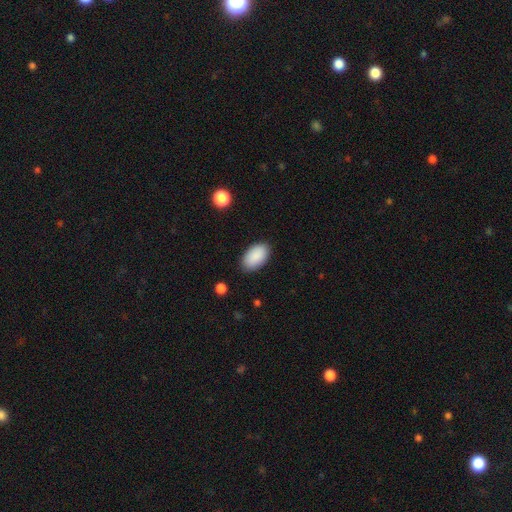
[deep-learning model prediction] Smooth or featured? smooth (90%)
How rounded? in between (95%)
Merging? none (86%)